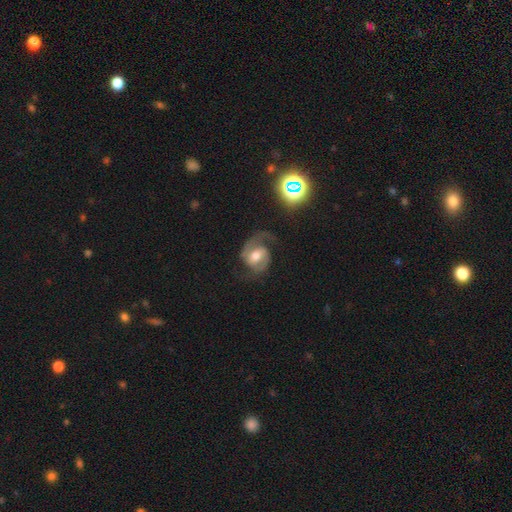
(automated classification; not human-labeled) Q: Smooth or featured?
A: featured or disk (81%); runner-up: smooth (12%)
Q: Edge-on disk?
A: no (97%); runner-up: yes (3%)
Q: Bar?
A: weak (45%); runner-up: no (30%)
Q: Spiral arms?
A: yes (95%); runner-up: no (5%)
Q: Spiral winding?
A: medium (52%); runner-up: loose (28%)
Q: Spiral arm count?
A: 2 (80%); runner-up: 1 (13%)
Q: Bulge size?
A: moderate (67%); runner-up: small (20%)
Q: Merging?
A: none (62%); runner-up: major disturbance (18%)